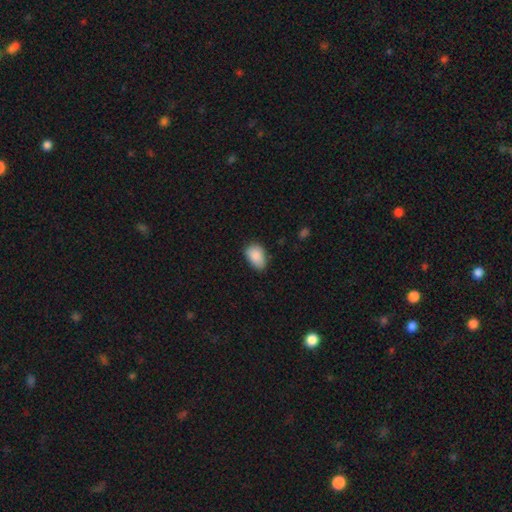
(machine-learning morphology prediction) Q: Smooth or featured?
A: smooth (88%); runner-up: star or artifact (7%)
Q: How rounded?
A: in between (87%); runner-up: round (12%)
Q: Merging?
A: none (64%); runner-up: minor disturbance (30%)